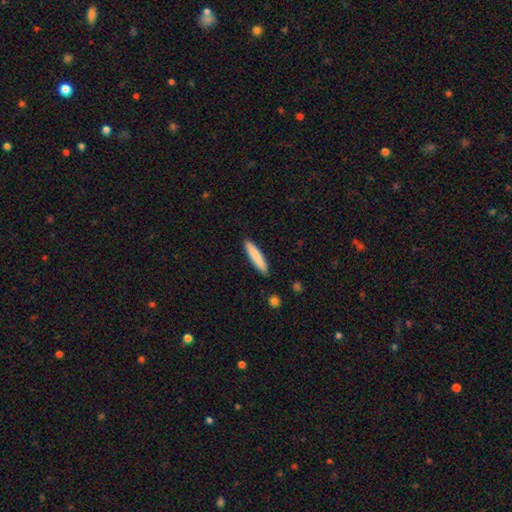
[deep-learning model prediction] smooth_or_featured: smooth (p=0.83) [alt: featured or disk p=0.11]
how_rounded: cigar-shaped (p=0.89) [alt: in between p=0.10]
merging: none (p=0.90) [alt: minor disturbance p=0.07]